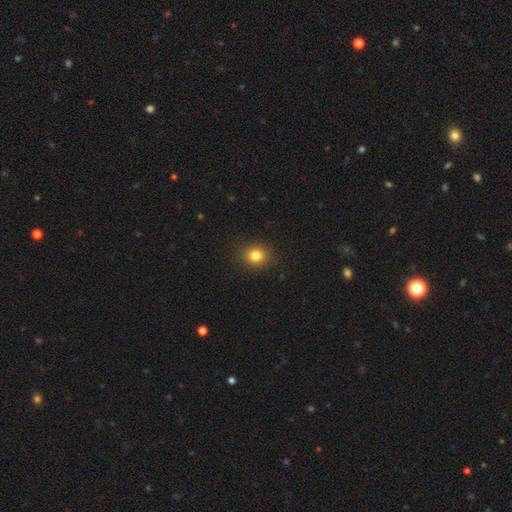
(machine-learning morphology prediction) The model was most divided on "how rounded": round: 76%, in between: 23%, cigar-shaped: 1%. More confident: merging — none (90%); smooth or featured — smooth (83%).